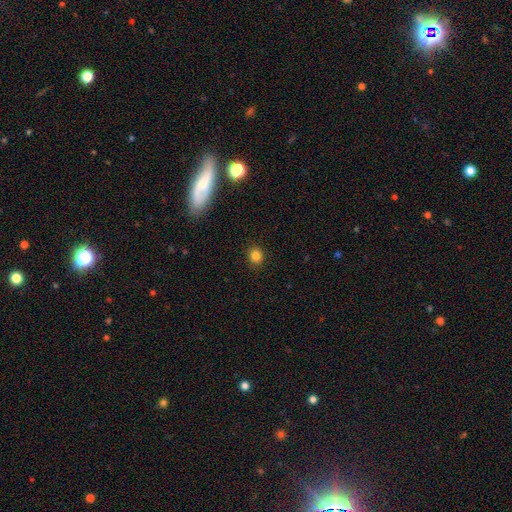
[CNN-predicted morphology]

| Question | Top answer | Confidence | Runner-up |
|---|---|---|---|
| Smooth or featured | smooth | 83% | star or artifact (12%) |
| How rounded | round | 72% | in between (27%) |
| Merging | none | 89% | minor disturbance (7%) |